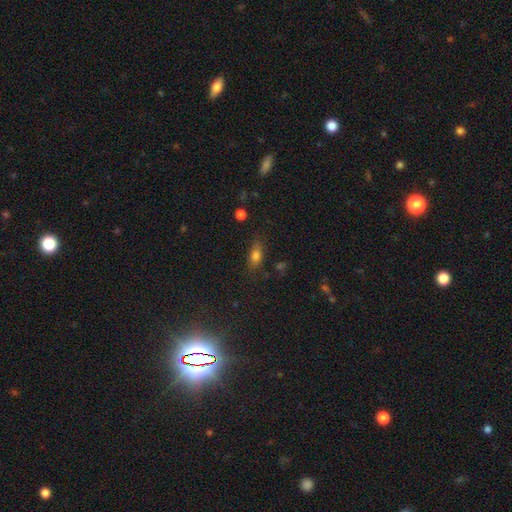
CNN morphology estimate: Overall: smooth (75%). How rounded: in between (77%). Merging: none (73%).